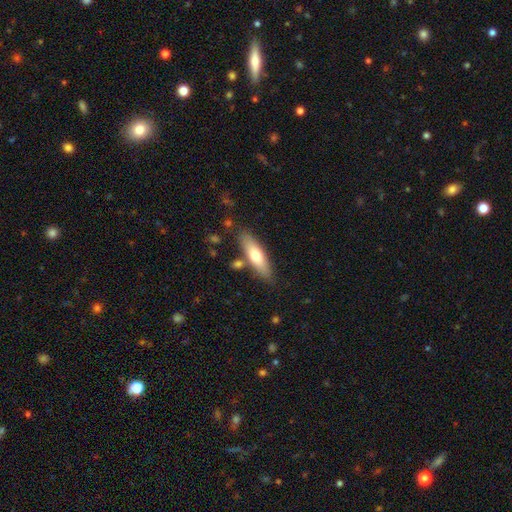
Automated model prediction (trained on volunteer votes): smooth 64%, featured or disk 31%, star or artifact 6%. Down the decision tree: how rounded — cigar-shaped (58%); merging — none (79%).